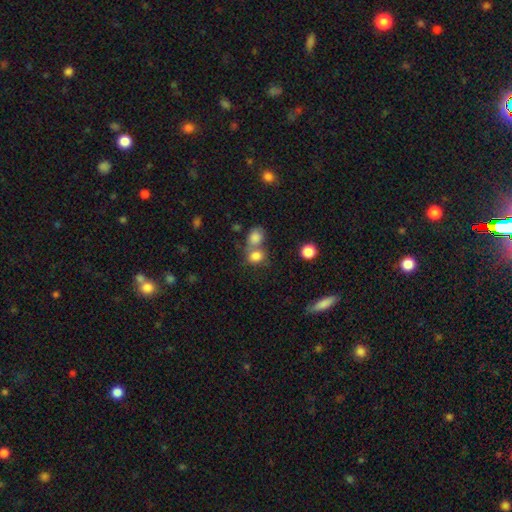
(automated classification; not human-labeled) Smooth or featured? Predicted: smooth (p=0.81). How rounded? Predicted: round (p=0.53). Merging? Predicted: merger (p=0.49).